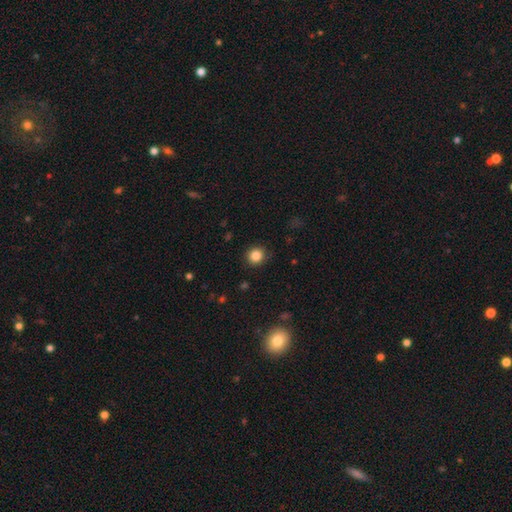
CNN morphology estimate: Overall: smooth (84%). How rounded: round (90%). Merging: none (89%).